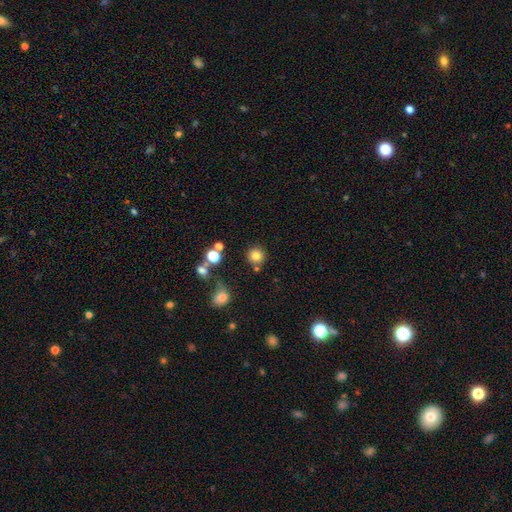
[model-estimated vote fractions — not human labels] Smooth or featured: smooth — 81% (star or artifact — 13%)
How rounded: round — 92% (in between — 7%)
Merging: none — 80% (minor disturbance — 9%)